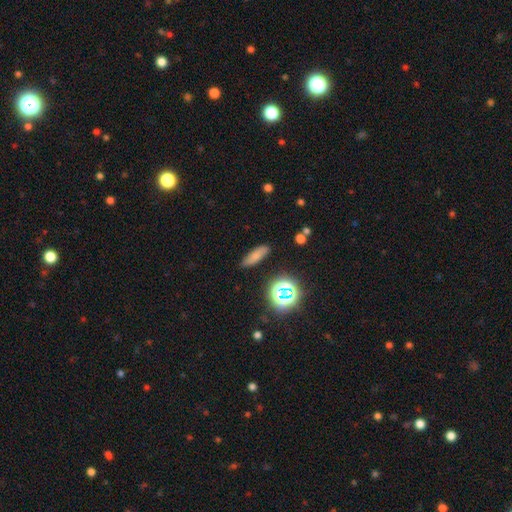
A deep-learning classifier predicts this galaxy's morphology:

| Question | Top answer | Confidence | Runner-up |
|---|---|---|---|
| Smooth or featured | smooth | 73% | star or artifact (15%) |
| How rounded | cigar-shaped | 48% | in between (47%) |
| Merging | none | 85% | minor disturbance (10%) |